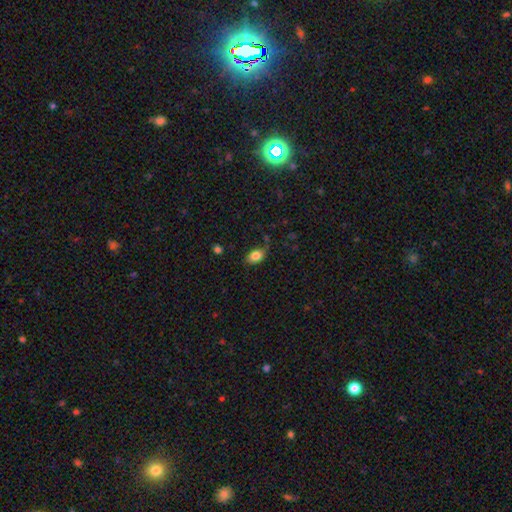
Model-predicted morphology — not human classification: This appears to be a smooth galaxy with no disk features (83%) that is in between round and cigar-shaped (86%). Merging: none (75%).